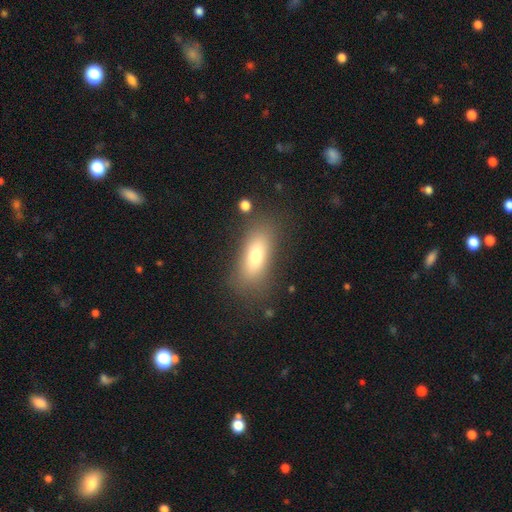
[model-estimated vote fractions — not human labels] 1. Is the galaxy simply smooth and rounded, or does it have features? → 72% smooth, 18% featured or disk, 10% star or artifact.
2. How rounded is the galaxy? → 75% in between, 21% cigar-shaped, 4% round.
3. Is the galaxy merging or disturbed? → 78% none, 13% minor disturbance, 6% major disturbance, 3% merger.